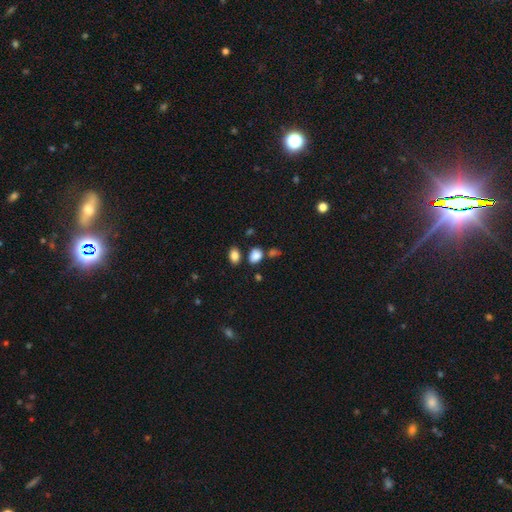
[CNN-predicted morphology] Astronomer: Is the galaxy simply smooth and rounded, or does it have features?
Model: smooth — 85%.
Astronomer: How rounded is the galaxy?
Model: in between — 77%.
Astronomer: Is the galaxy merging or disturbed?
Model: none — 70%.